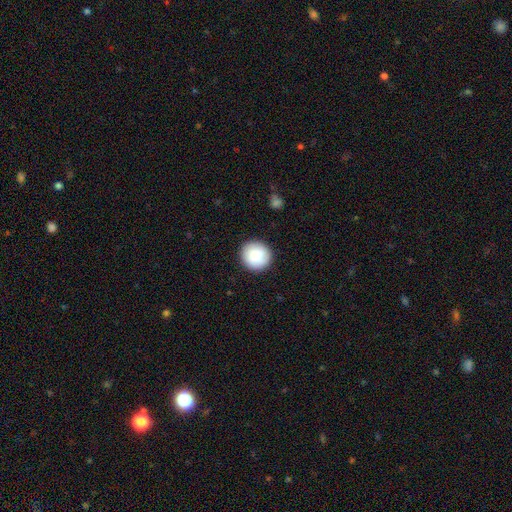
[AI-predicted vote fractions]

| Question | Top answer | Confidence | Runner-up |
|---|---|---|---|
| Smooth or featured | smooth | 87% | star or artifact (7%) |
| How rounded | round | 94% | in between (5%) |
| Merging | none | 91% | minor disturbance (6%) |